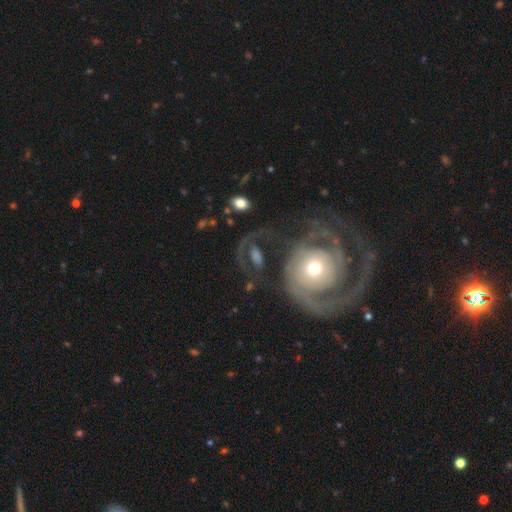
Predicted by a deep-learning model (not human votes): smooth_or_featured: featured or disk (p=0.69) [alt: smooth p=0.22]
disk_edge_on: no (p=0.96) [alt: yes p=0.04]
bar: no (p=0.61) [alt: weak p=0.26]
has_spiral_arms: yes (p=0.81) [alt: no p=0.19]
spiral_winding: medium (p=0.38) [alt: loose p=0.32]
spiral_arm_count: 2 (p=0.68) [alt: can't tell p=0.12]
bulge_size: moderate (p=0.53) [alt: small p=0.26]
merging: none (p=0.40) [alt: major disturbance p=0.29]